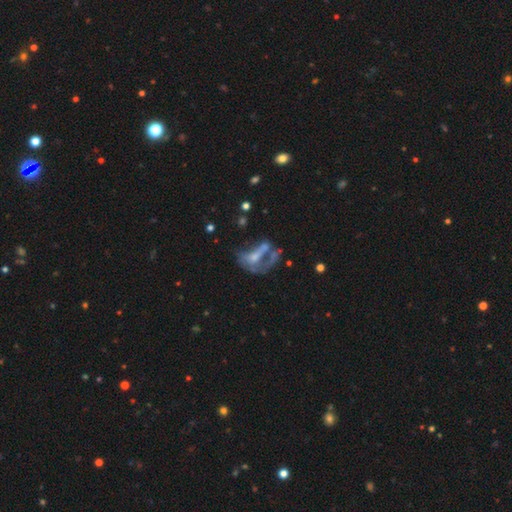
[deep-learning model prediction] smooth-or-featured: featured or disk: 54% | smooth: 32% | star or artifact: 15%
  disk-edge-on: no: 92% | yes: 8%
  merging: major disturbance: 44% | merger: 22% | none: 21% | minor disturbance: 13%